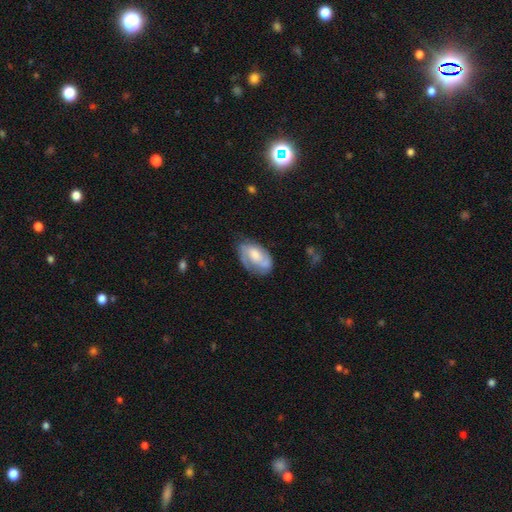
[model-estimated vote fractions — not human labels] Smooth or featured? Predicted: featured or disk (p=0.62). Edge-on disk? Predicted: no (p=0.96). Bar? Predicted: no (p=0.57). Spiral arms? Predicted: yes (p=0.84). Bulge size? Predicted: moderate (p=0.43). Merging? Predicted: none (p=0.61).